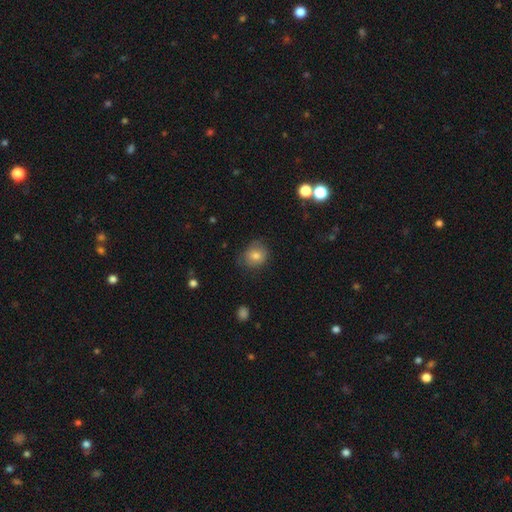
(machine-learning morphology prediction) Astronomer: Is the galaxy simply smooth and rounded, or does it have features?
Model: smooth — 78%.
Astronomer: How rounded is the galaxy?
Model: round — 73%.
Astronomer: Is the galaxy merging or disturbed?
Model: none — 71%.